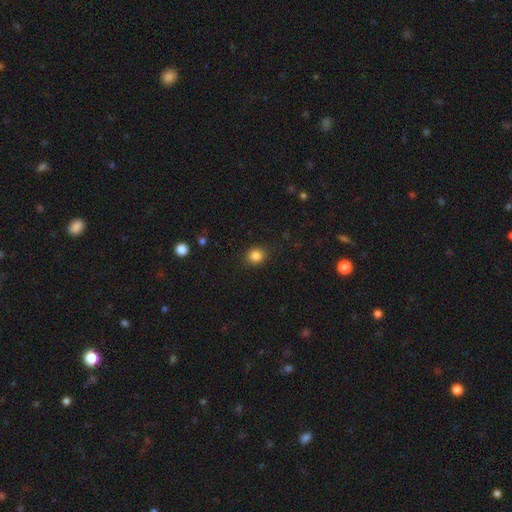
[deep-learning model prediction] A smooth galaxy with no disk features (85%) that is round (76%). Merging: none (88%).